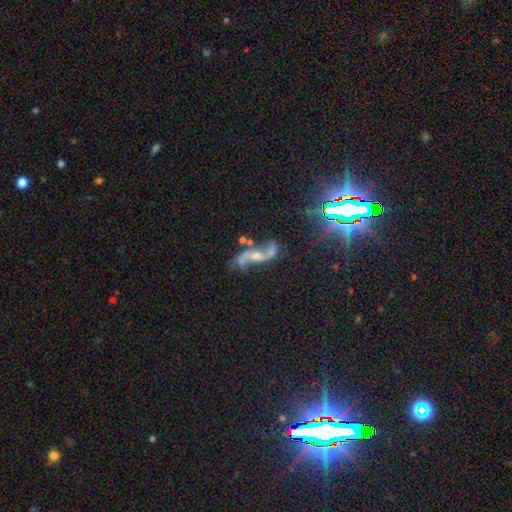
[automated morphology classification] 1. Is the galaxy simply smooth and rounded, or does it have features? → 76% featured or disk, 17% star or artifact, 7% smooth.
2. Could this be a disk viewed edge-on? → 93% no, 7% yes.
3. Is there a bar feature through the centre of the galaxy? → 56% no, 31% weak, 14% strong.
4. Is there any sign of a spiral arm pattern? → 93% yes, 7% no.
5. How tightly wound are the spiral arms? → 84% loose, 12% medium, 4% tight.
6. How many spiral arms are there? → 91% 2, 3% 1, 2% can't tell, 1% 3, 1% 4, 1% more than 4.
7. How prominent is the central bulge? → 46% small, 41% moderate, 8% none, 3% large, 2% dominant.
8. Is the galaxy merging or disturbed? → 57% none, 16% minor disturbance, 14% major disturbance, 12% merger.